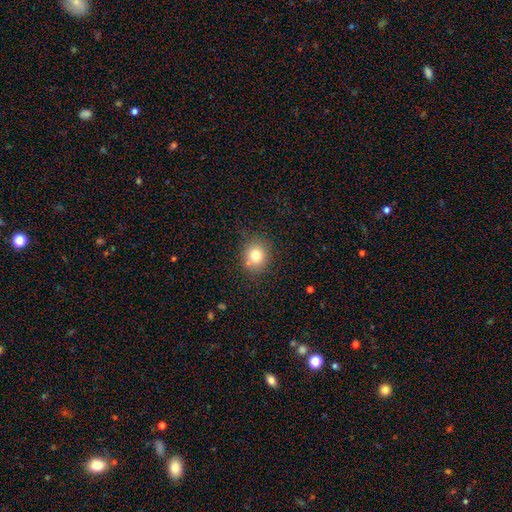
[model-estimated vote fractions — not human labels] Morphology: type=smooth (77%); roundness=round (80%); merging=none (78%).